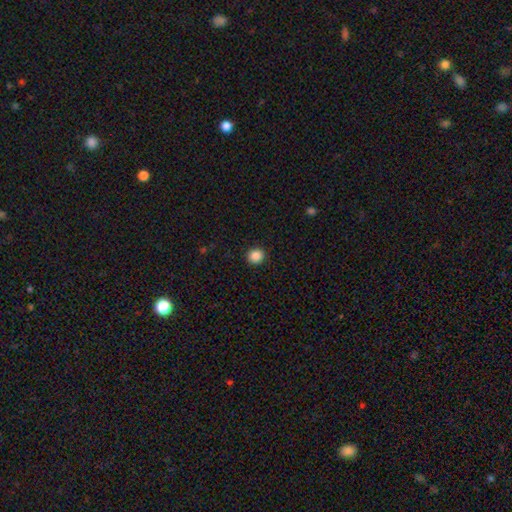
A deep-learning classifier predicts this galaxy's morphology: Smooth or featured: smooth — 87% (star or artifact — 10%)
How rounded: round — 90% (in between — 9%)
Merging: none — 92% (minor disturbance — 5%)